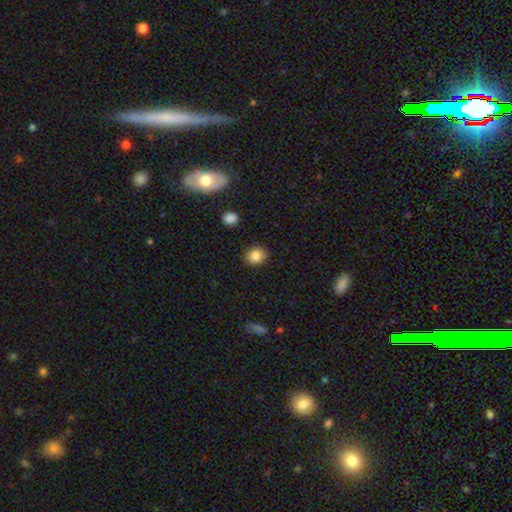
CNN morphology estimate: Smooth or featured: smooth — 84% (star or artifact — 9%)
How rounded: round — 59% (in between — 40%)
Merging: none — 88% (minor disturbance — 9%)